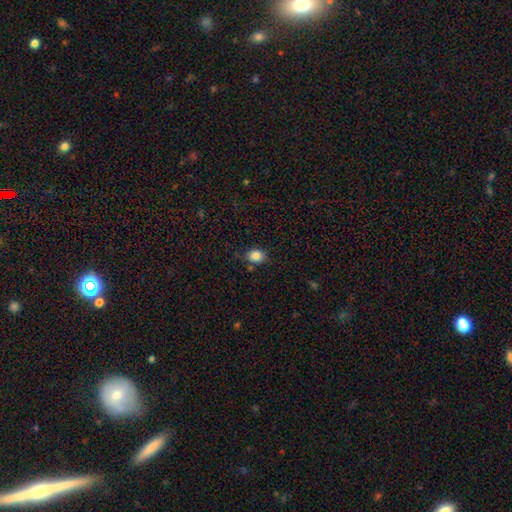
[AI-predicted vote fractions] smooth 85%, star or artifact 10%, featured or disk 5%. Down the decision tree: how rounded — in between (51%); merging — none (81%).